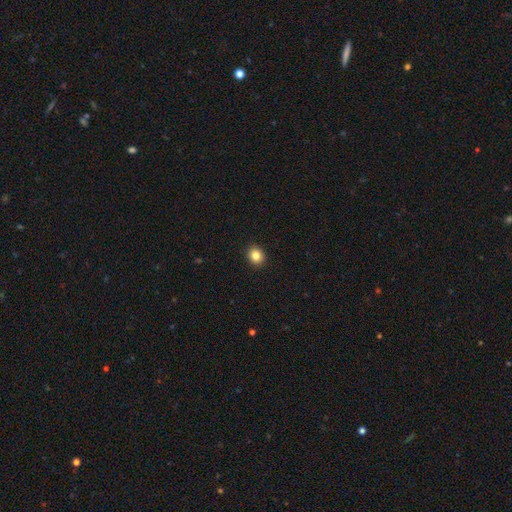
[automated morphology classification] Smooth or featured? smooth (84%)
How rounded? round (69%)
Merging? none (93%)